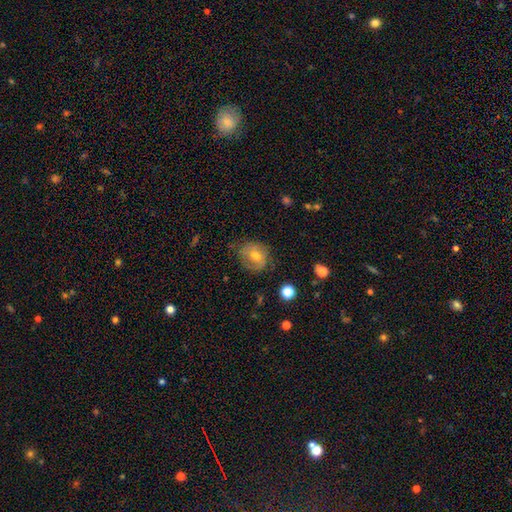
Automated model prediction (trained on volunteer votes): This is possibly a smooth galaxy (51%). How rounded: likely round (68%). Merging: likely none (66%).